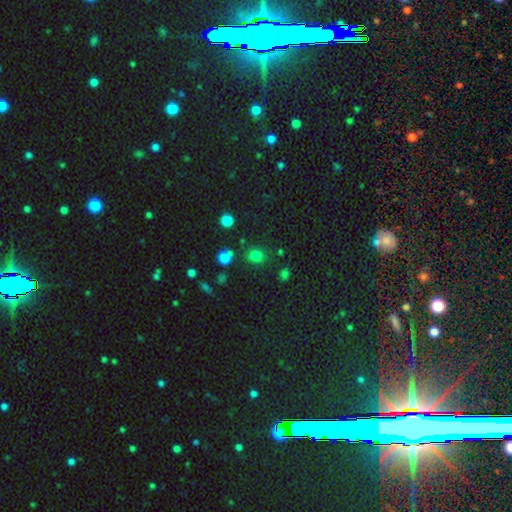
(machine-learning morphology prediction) type=smooth (76%); roundness=round (72%); merging=none (77%).